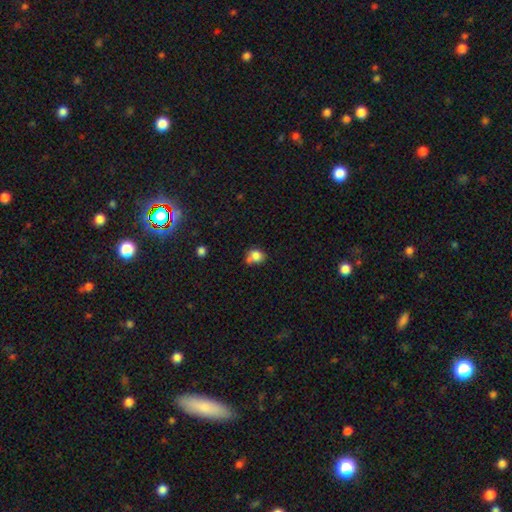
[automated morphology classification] Smooth or featured: smooth — 80% (star or artifact — 11%)
How rounded: round — 67% (in between — 32%)
Merging: none — 49% (merger — 26%)